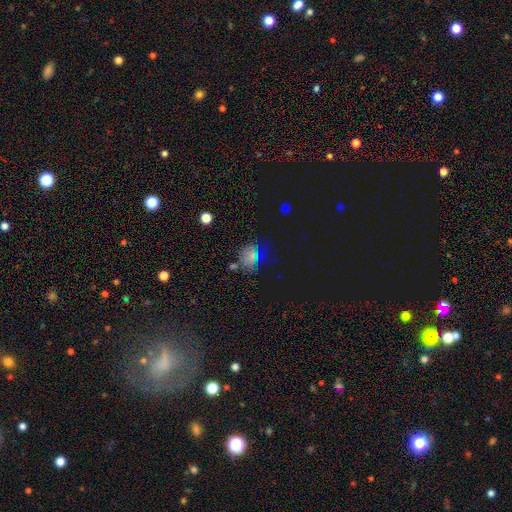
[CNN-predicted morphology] This is possibly a smooth galaxy (52%). How rounded: possibly round (55%). Merging: likely none (75%).